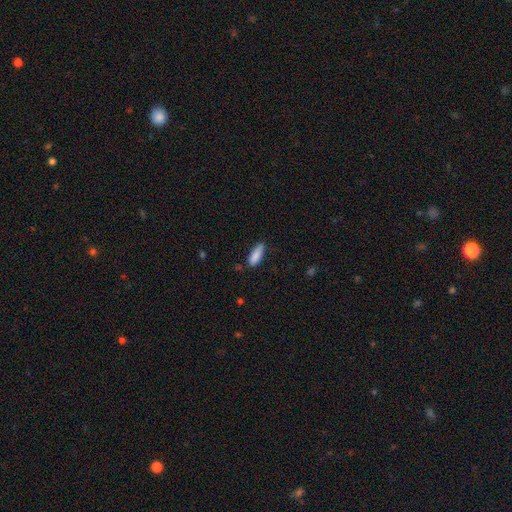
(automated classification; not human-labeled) This is clearly a smooth galaxy (87%). How rounded: likely in between (62%). Merging: likely none (66%).